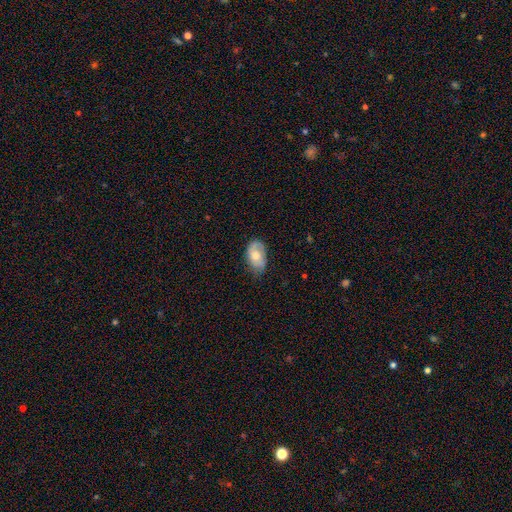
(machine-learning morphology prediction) Smooth or featured?
  - smooth: 64% *
  - featured or disk: 29%
  - star or artifact: 7%
How rounded?
  - in between: 91% *
  - round: 7%
  - cigar-shaped: 2%
Merging?
  - none: 59% *
  - minor disturbance: 31%
  - major disturbance: 8%
  - merger: 1%